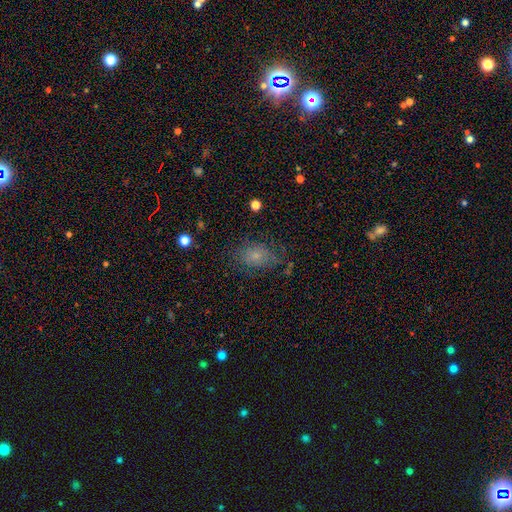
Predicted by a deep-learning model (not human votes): smooth_or_featured: smooth (p=0.66) [alt: featured or disk p=0.19]
how_rounded: in between (p=0.72) [alt: round p=0.26]
merging: none (p=0.65) [alt: minor disturbance p=0.21]